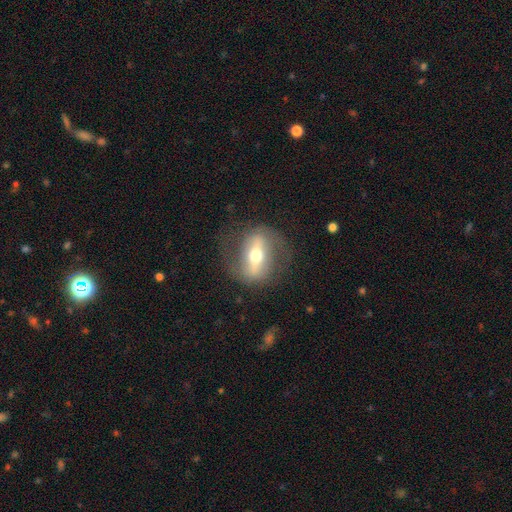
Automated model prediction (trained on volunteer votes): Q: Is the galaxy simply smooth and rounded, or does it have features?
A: featured or disk — 72%.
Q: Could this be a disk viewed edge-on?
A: no — 72%.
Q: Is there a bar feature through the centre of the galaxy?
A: strong — 73%.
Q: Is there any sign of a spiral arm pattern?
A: no — 56%.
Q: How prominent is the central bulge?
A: moderate — 69%.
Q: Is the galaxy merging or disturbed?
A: none — 75%.